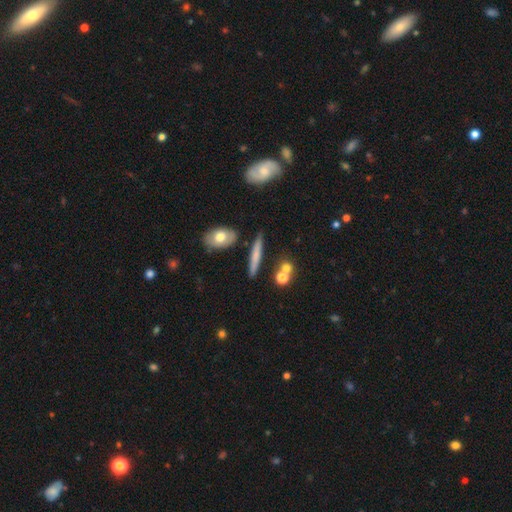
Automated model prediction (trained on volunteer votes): Smooth or featured? Predicted: smooth (p=0.60). How rounded? Predicted: cigar-shaped (p=0.84). Merging? Predicted: none (p=0.78).